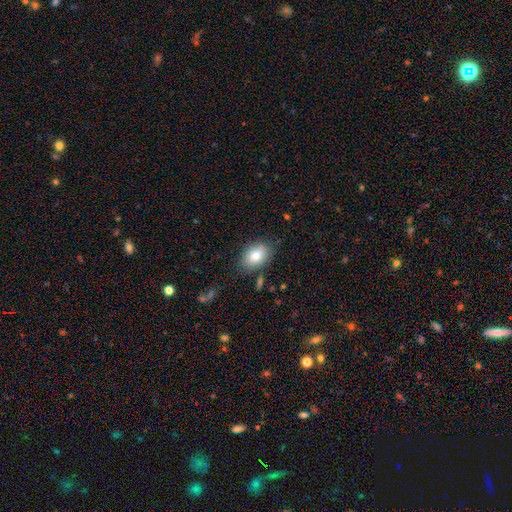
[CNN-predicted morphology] The model was most divided on "merging": none: 79%, minor disturbance: 14%, major disturbance: 3%, merger: 3%. More confident: how rounded — in between (84%); smooth or featured — smooth (82%).